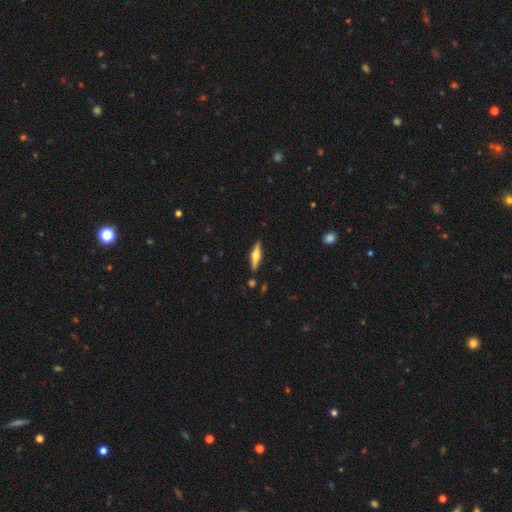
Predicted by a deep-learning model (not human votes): The model was most divided on "smooth or featured": featured or disk: 60%, smooth: 34%, star or artifact: 6%. More confident: edge-on disk — yes (96%); edge-on bulge — rounded (91%); merging — none (88%).